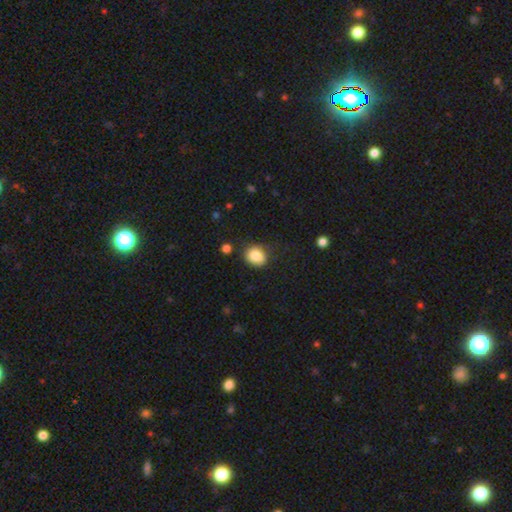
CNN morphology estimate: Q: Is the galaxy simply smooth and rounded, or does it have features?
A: smooth — 85%.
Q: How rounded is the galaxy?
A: round — 62%.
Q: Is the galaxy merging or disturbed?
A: none — 72%.